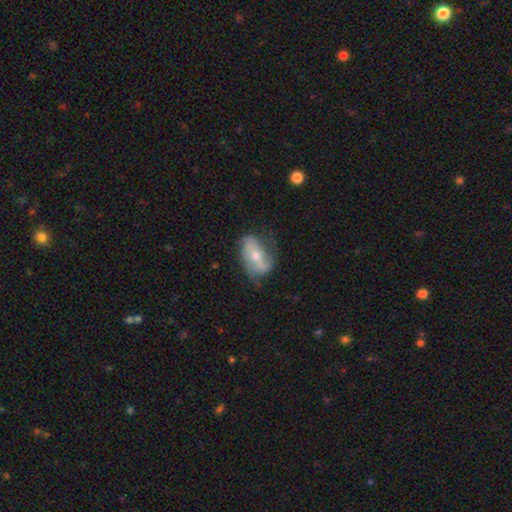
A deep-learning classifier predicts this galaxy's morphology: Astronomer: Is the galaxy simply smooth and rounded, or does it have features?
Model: featured or disk — 65%.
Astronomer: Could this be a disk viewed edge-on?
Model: no — 90%.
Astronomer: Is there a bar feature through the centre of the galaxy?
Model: strong — 37% (runner-up: no, 34%).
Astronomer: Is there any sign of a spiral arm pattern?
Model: yes — 72%.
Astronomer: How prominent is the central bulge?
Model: moderate — 51% (runner-up: small, 45%).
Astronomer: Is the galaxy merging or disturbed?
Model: none — 56%.